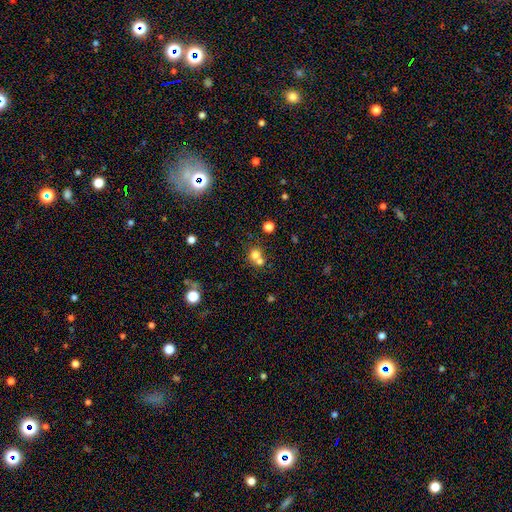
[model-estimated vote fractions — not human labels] smooth-or-featured: smooth: 71% | star or artifact: 16% | featured or disk: 14%
  how-rounded: round: 82% | in between: 17% | cigar-shaped: 1%
  merging: merger: 50% | none: 40% | minor disturbance: 6% | major disturbance: 3%